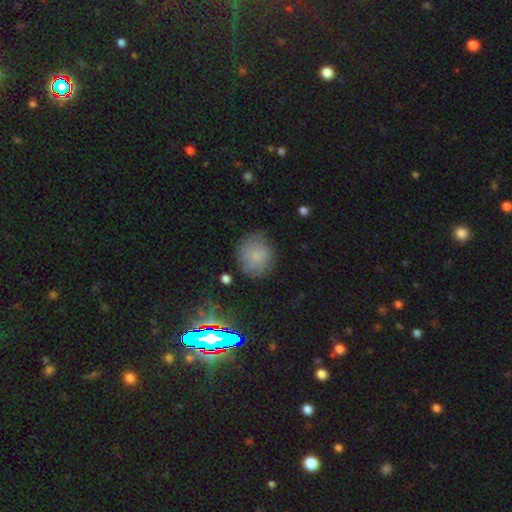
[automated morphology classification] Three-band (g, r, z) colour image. It shows a smooth galaxy with no disk features (72%) that is round (84%). Merging: none (72%).